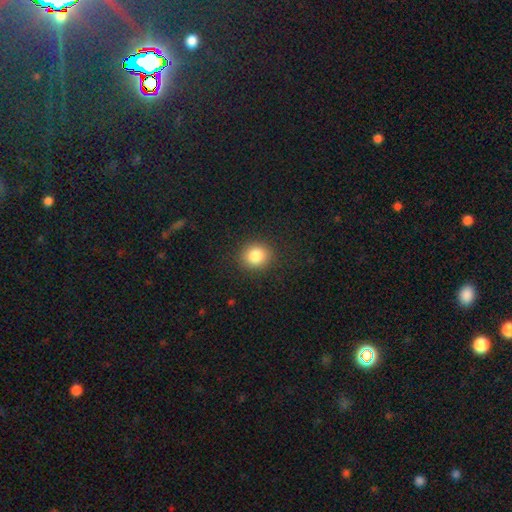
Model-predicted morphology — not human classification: Smooth or featured? smooth (85%)
How rounded? round (83%)
Merging? none (89%)